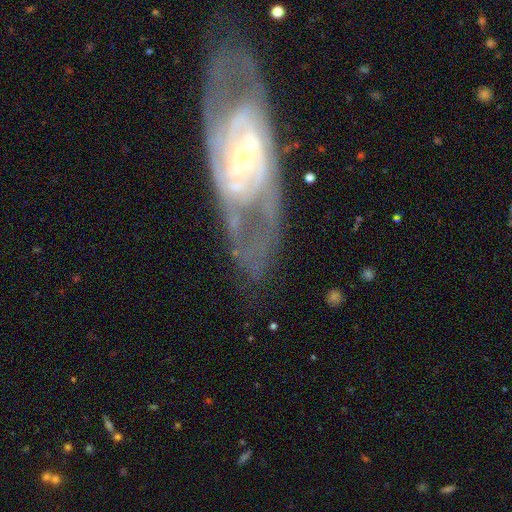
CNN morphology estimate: The model was most divided on "bar": weak: 39%, no: 35%, strong: 26%. Remaining: spiral arms — yes (89%); edge-on disk — no (88%); smooth or featured — featured or disk (83%); merging — none (70%); bulge size — small (66%); spiral arm count — 2 (55%); spiral winding — tight (47%).